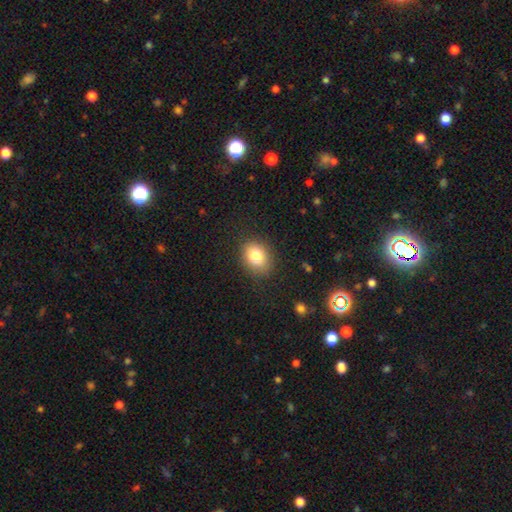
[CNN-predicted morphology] This is clearly a smooth galaxy (81%). How rounded: possibly in between (56%). Merging: clearly none (85%).